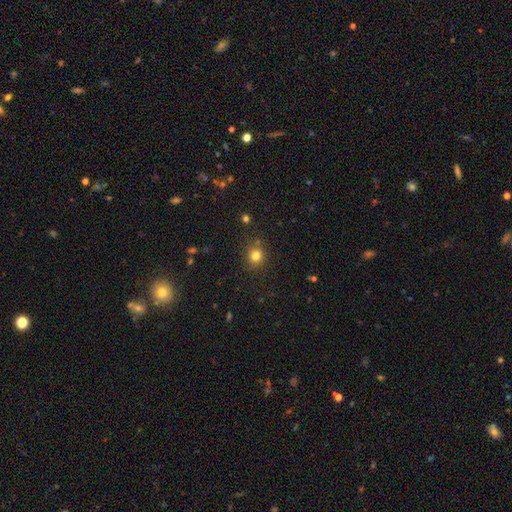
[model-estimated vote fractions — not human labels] A smooth galaxy with no disk features (79%) that is round (88%). Merging: none (85%).